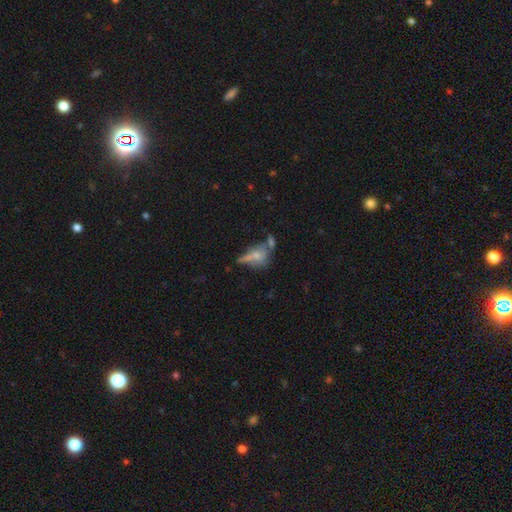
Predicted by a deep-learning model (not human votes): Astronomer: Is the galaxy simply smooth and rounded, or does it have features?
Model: smooth — 48% (runner-up: featured or disk, 39%).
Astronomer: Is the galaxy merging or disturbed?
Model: none — 34% (runner-up: merger, 30%).